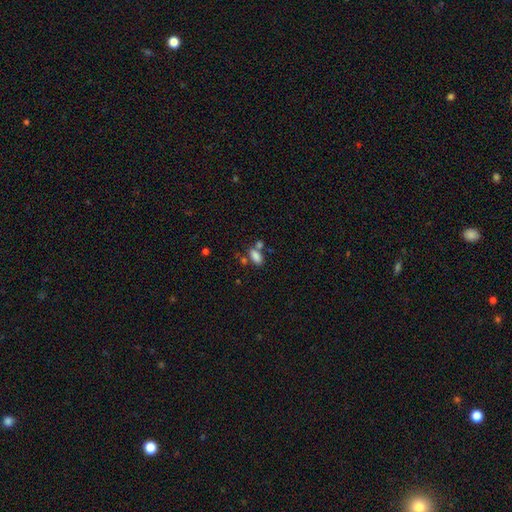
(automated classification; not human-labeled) Smooth or featured? Predicted: smooth (p=0.83). How rounded? Predicted: in between (p=0.88). Merging? Predicted: none (p=0.51).